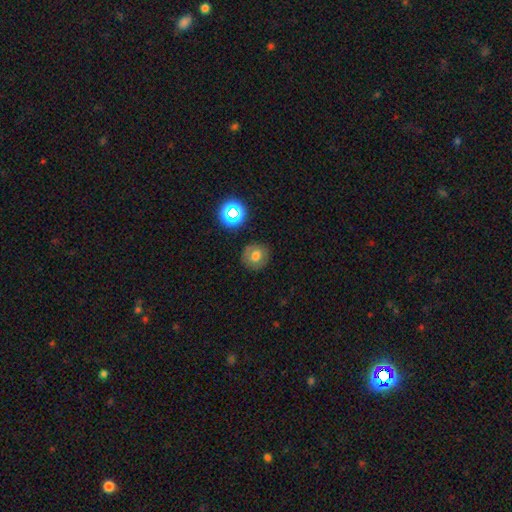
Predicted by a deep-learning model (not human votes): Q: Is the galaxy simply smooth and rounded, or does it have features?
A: smooth — 67%.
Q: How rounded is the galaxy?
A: round — 87%.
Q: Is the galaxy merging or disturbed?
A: none — 85%.